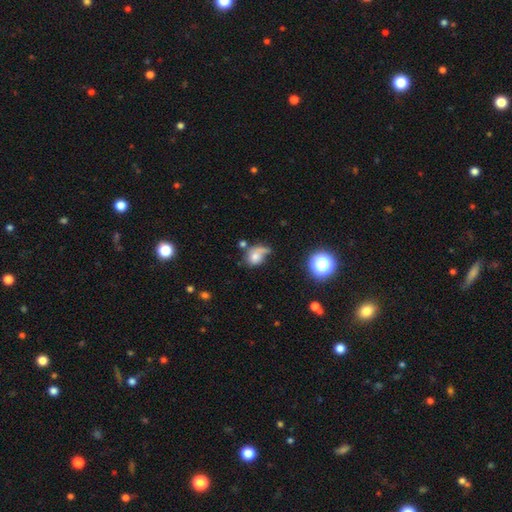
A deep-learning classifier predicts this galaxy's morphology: Smooth or featured? Predicted: smooth (p=0.60). How rounded? Predicted: in between (p=0.51). Merging? Predicted: none (p=0.32).